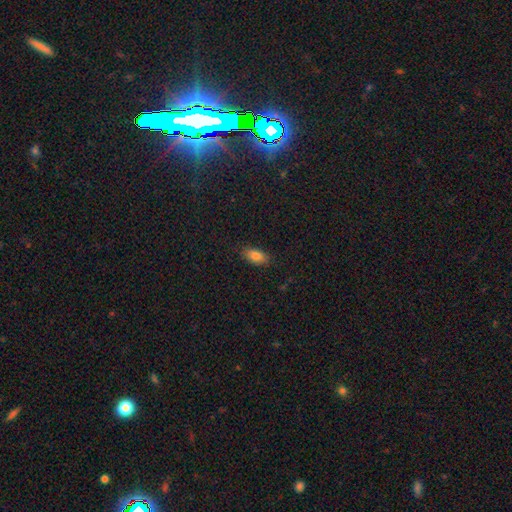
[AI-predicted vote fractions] Smooth or featured? smooth (84%)
How rounded? in between (90%)
Merging? none (85%)